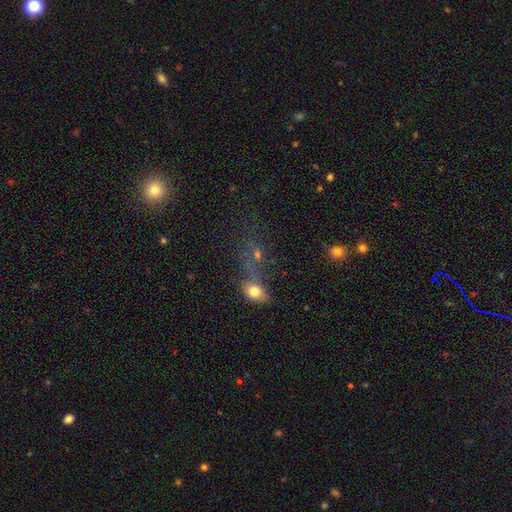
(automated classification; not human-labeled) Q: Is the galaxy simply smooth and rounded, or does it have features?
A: smooth — 53%.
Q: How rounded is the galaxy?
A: round — 47%.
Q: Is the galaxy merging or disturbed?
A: merger — 39%.